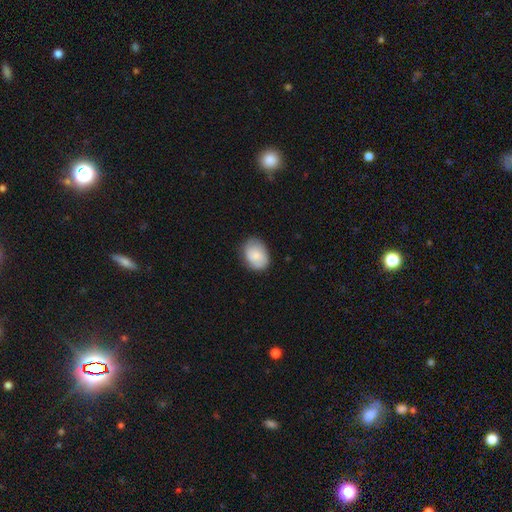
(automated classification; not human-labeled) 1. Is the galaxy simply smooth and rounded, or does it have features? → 77% smooth, 17% featured or disk, 7% star or artifact.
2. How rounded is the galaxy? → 68% in between, 31% round, 1% cigar-shaped.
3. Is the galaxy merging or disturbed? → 77% none, 18% minor disturbance, 4% major disturbance, 1% merger.